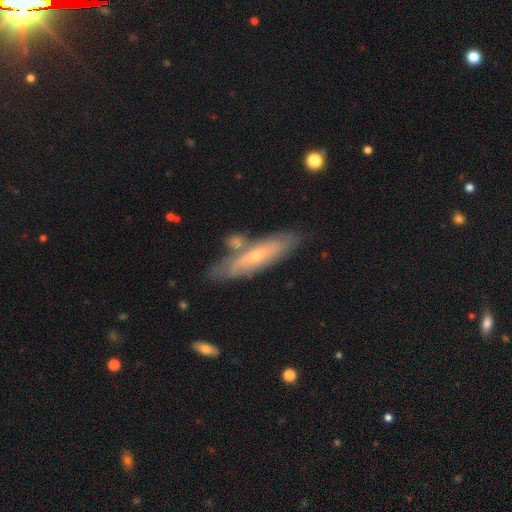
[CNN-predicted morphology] A featured or disk galaxy (57%) with not edge-on (50%, tied with yes).

Vote fractions:
- Smooth or featured? featured or disk: 57% / smooth: 37% / star or artifact: 6%
- Edge-on disk? no: 50% (tied) / yes: 50% (tied)
- Merging? none: 70% / minor disturbance: 16% / merger: 11% / major disturbance: 4%